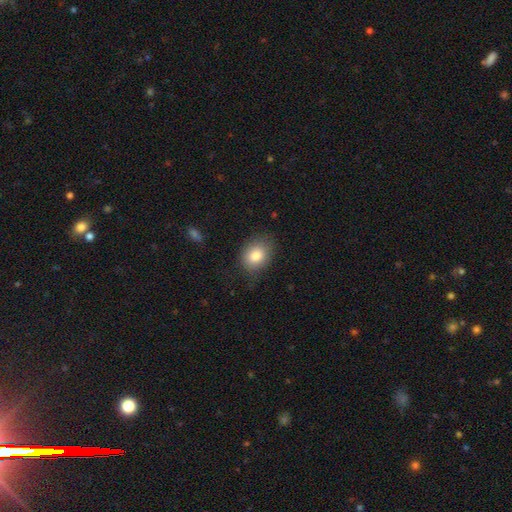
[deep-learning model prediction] Smooth or featured: smooth — 81% (featured or disk — 10%)
How rounded: in between — 54% (round — 45%)
Merging: none — 75% (minor disturbance — 19%)